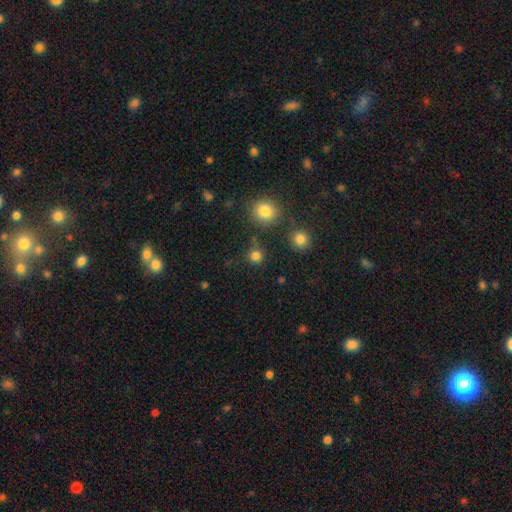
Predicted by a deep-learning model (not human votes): smooth 80%, star or artifact 16%, featured or disk 4%. Down the decision tree: how rounded — round (93%); merging — none (82%).